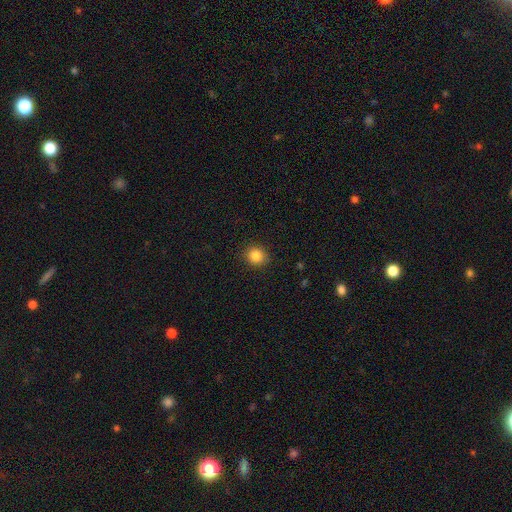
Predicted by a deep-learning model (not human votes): This is clearly a smooth galaxy (85%). How rounded: clearly round (82%). Merging: clearly none (89%).